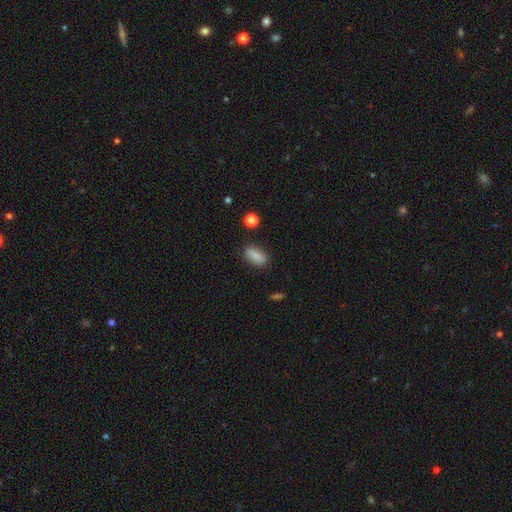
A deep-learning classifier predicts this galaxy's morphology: Smooth or featured? Predicted: smooth (p=0.82). How rounded? Predicted: in between (p=0.73). Merging? Predicted: none (p=0.80).